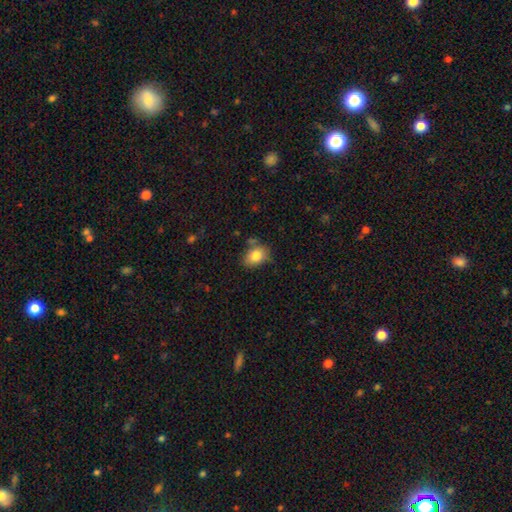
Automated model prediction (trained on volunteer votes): smooth_or_featured: smooth (p=0.82) [alt: featured or disk p=0.09]
how_rounded: in between (p=0.66) [alt: round p=0.33]
merging: none (p=0.66) [alt: minor disturbance p=0.23]